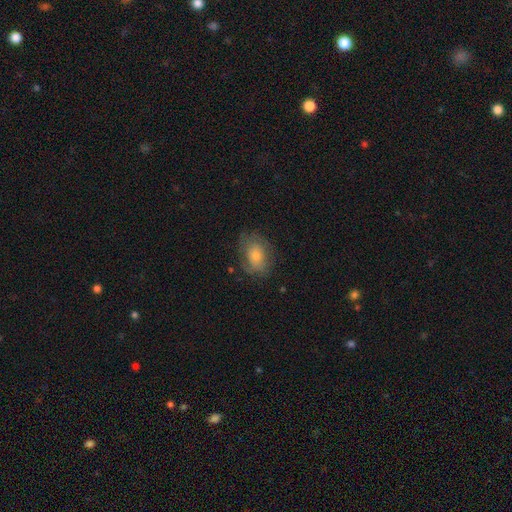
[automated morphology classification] smooth_or_featured: smooth (p=0.57) [alt: featured or disk p=0.33]
how_rounded: in between (p=0.72) [alt: round p=0.26]
merging: none (p=0.66) [alt: minor disturbance p=0.22]